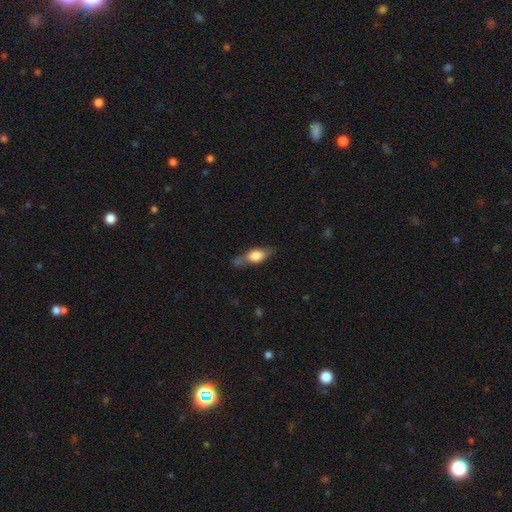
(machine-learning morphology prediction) A smooth galaxy with no disk features (66%) that is in between round and cigar-shaped (70%).

Vote fractions:
- Smooth or featured? smooth: 66% / featured or disk: 26% / star or artifact: 7%
- How rounded? in between: 70% / cigar-shaped: 24% / round: 5%
- Merging? none: 55% / minor disturbance: 26% / merger: 10% / major disturbance: 9%